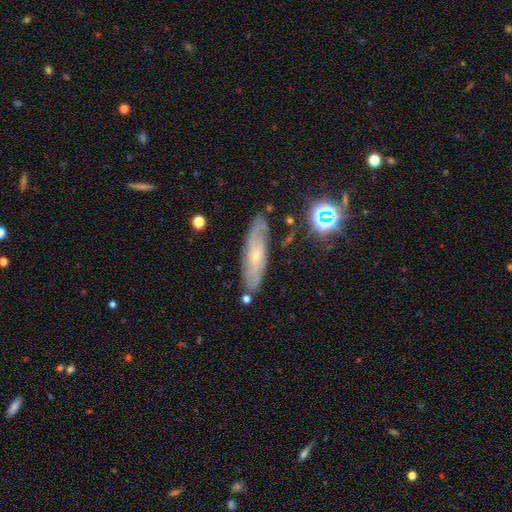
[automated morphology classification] Smooth or featured: featured or disk — 64% (smooth — 26%)
Edge-on disk: no — 73% (yes — 27%)
Merging: none — 75% (minor disturbance — 18%)